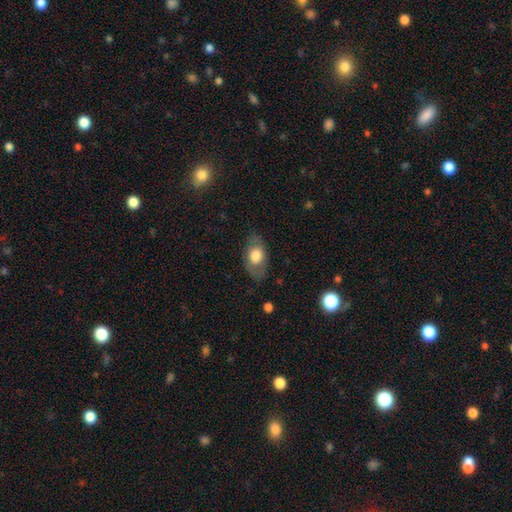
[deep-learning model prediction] smooth_or_featured: smooth (p=0.62) [alt: featured or disk p=0.32]
how_rounded: in between (p=0.85) [alt: round p=0.13]
merging: none (p=0.75) [alt: minor disturbance p=0.16]